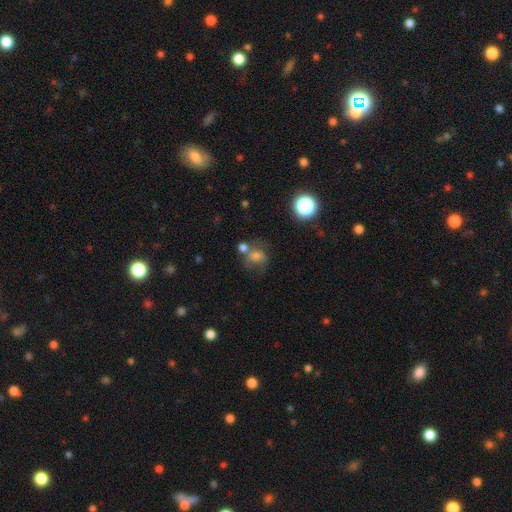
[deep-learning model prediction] Morphology: type=smooth (55%); roundness=round (62%); merging=none (43%).